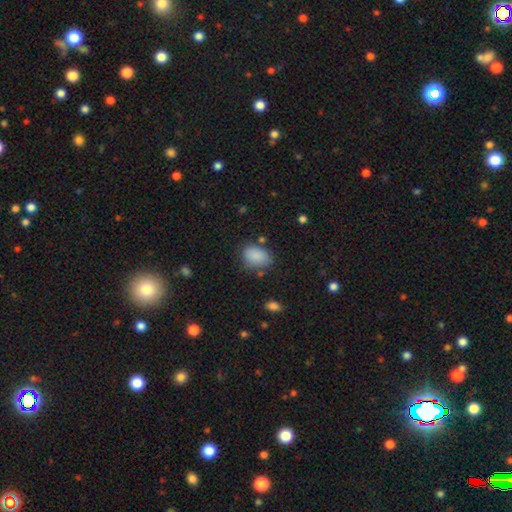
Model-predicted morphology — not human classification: type=smooth (87%); roundness=in between (81%); merging=none (72%).